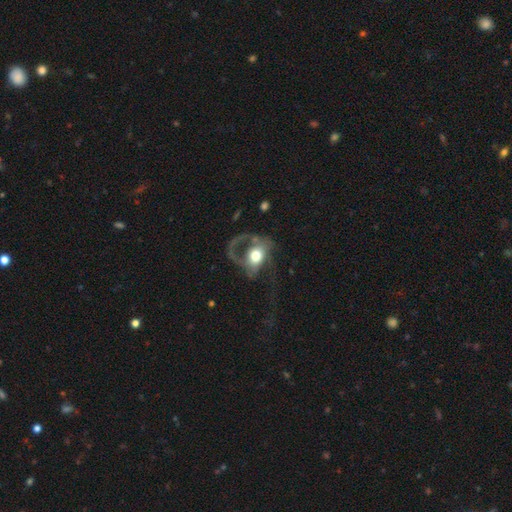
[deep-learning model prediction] This appears to be a featured or disk galaxy (60%) with no bar (76%), spiral arms (65%) and a moderate central bulge (55%). Merging: major disturbance (58%).